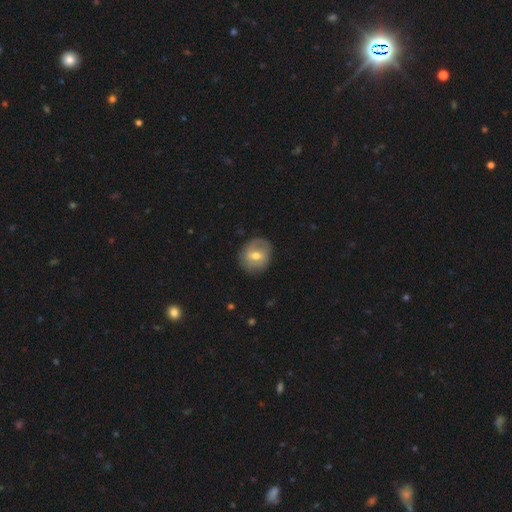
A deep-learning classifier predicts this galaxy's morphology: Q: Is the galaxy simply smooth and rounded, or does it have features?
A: featured or disk — 50%.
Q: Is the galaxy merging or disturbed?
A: none — 76%.